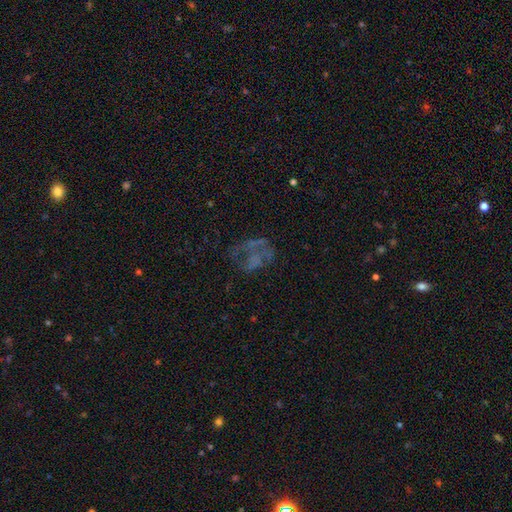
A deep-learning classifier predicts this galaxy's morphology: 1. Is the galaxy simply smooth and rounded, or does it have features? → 49% featured or disk, 26% star or artifact, 24% smooth.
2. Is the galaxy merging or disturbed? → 42% none, 37% major disturbance, 17% minor disturbance, 4% merger.